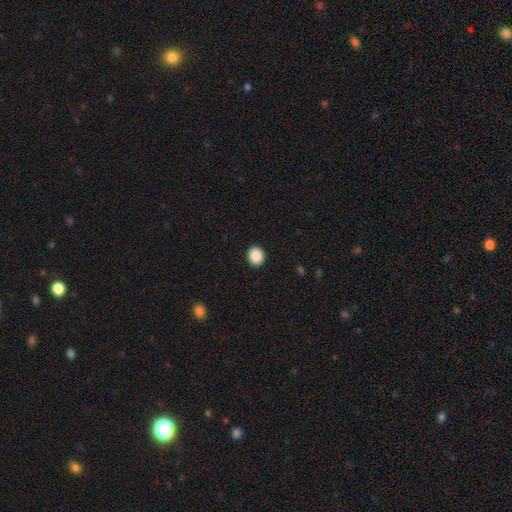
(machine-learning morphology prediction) Smooth or featured? Predicted: smooth (p=0.89). How rounded? Predicted: round (p=0.76). Merging? Predicted: none (p=0.92).